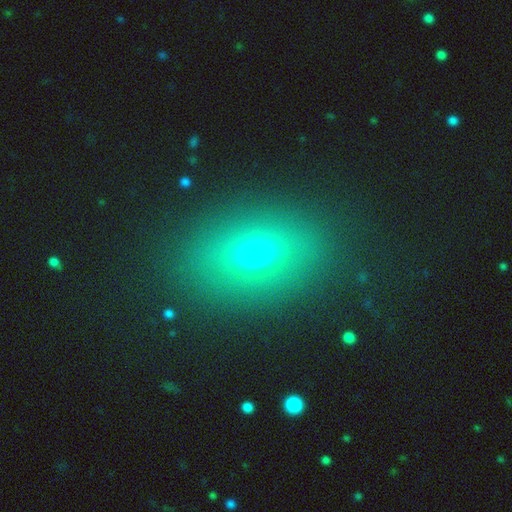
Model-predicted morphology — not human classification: Smooth or featured? Predicted: smooth (p=0.65). How rounded? Predicted: in between (p=0.75). Merging? Predicted: none (p=0.85).